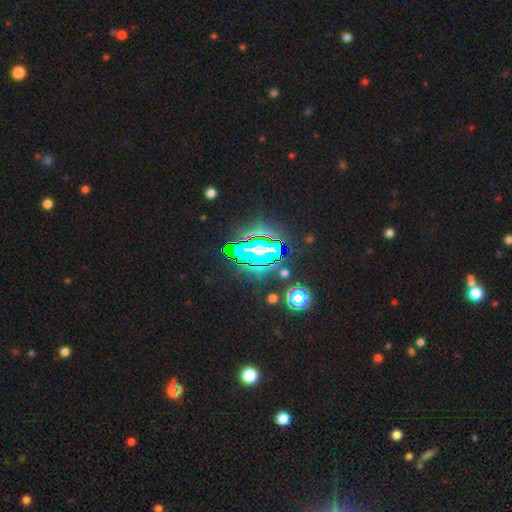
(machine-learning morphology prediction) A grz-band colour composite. It shows a star or artifact, not a galaxy (79%).